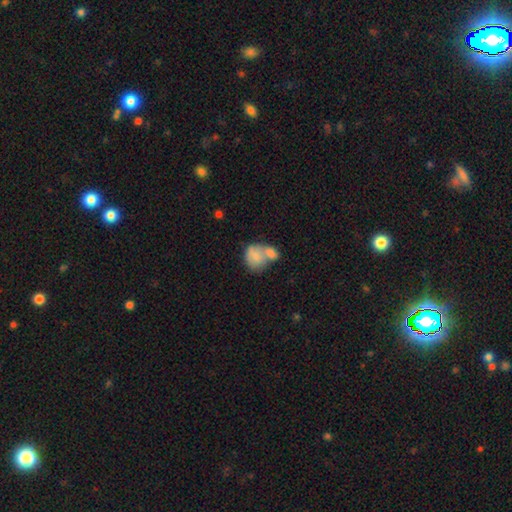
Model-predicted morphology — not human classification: Q: Smooth or featured?
A: smooth (74%); runner-up: featured or disk (19%)
Q: How rounded?
A: round (52%); runner-up: in between (47%)
Q: Merging?
A: merger (69%); runner-up: none (17%)